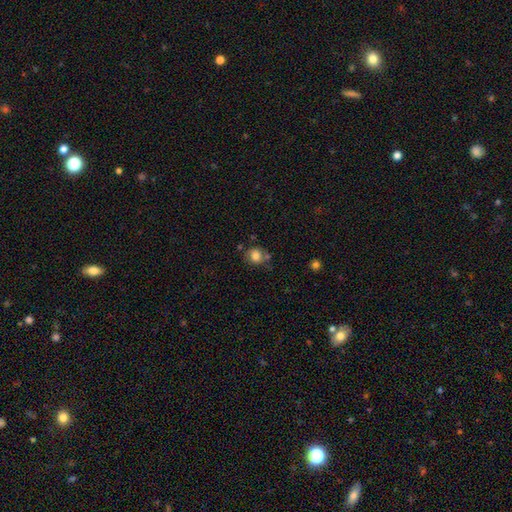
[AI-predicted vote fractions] Q: Smooth or featured?
A: smooth (80%); runner-up: star or artifact (10%)
Q: How rounded?
A: round (72%); runner-up: in between (27%)
Q: Merging?
A: none (58%); runner-up: minor disturbance (19%)